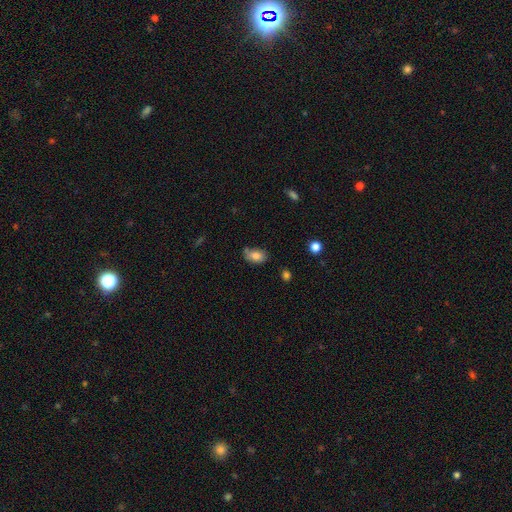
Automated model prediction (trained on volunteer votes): smooth-or-featured: smooth: 81% | featured or disk: 11% | star or artifact: 9%
  how-rounded: in between: 85% | round: 14% | cigar-shaped: 1%
  merging: none: 59% | minor disturbance: 28% | merger: 7% | major disturbance: 6%